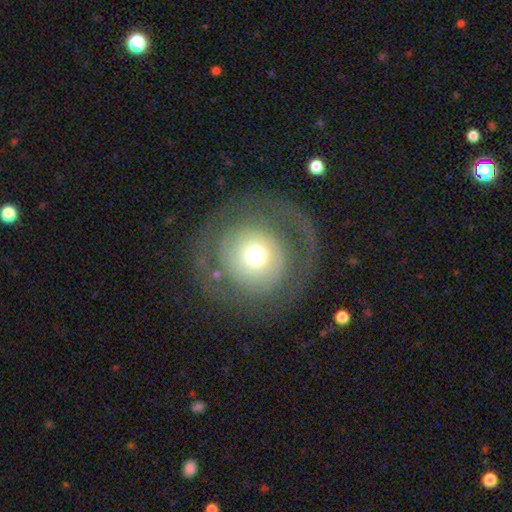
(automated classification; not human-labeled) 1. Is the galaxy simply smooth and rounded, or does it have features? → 48% featured or disk, 41% smooth, 11% star or artifact.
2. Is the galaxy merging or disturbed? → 60% none, 26% major disturbance, 12% minor disturbance, 2% merger.